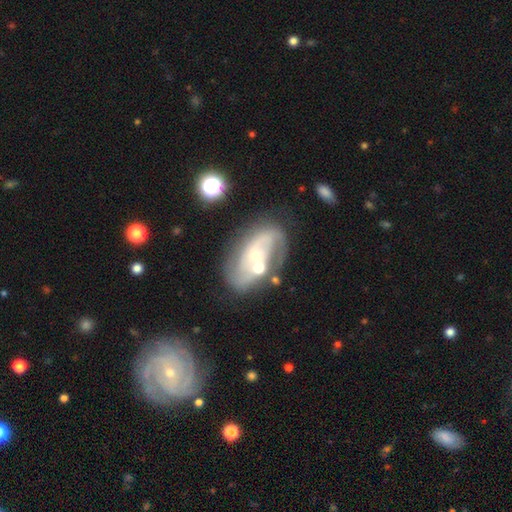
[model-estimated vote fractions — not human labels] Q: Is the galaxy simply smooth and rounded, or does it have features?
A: featured or disk — 76%.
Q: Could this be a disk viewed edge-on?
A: no — 96%.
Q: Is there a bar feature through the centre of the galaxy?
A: no — 65%.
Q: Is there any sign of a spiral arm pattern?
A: yes — 84%.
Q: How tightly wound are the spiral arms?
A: medium — 43%.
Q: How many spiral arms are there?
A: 2 — 70%.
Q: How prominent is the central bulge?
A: small — 60%.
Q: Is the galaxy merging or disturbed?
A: none — 50%.